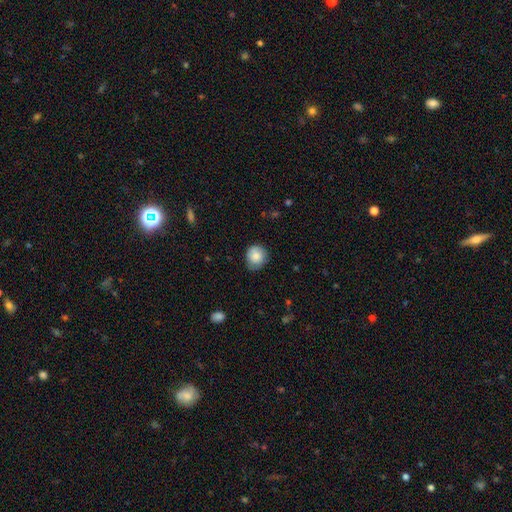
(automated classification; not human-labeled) This appears to be a smooth galaxy with no disk features (81%) that is round (85%). Merging: none (75%).